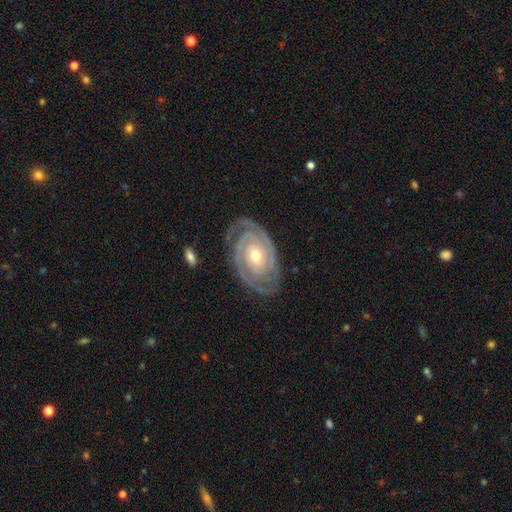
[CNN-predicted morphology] Smooth or featured?
  - featured or disk: 91% *
  - smooth: 5%
  - star or artifact: 4%
Edge-on disk?
  - no: 96% *
  - yes: 4%
Bar?
  - no: 71% *
  - weak: 20%
  - strong: 9%
Spiral arms?
  - yes: 98% *
  - no: 2%
Spiral winding?
  - tight: 83% *
  - medium: 15%
  - loose: 2%
Spiral arm count?
  - 2: 74% *
  - 3: 9%
  - can't tell: 9%
  - 4: 3%
  - 1: 3%
  - more than 4: 2%
Bulge size?
  - moderate: 59% *
  - small: 37%
  - large: 2%
  - none: 1%
  - dominant: 1%
Merging?
  - none: 81% *
  - minor disturbance: 13%
  - major disturbance: 4%
  - merger: 1%